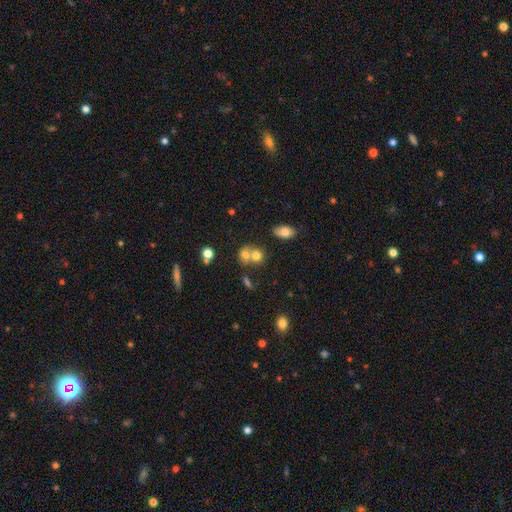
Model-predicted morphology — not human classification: Smooth or featured? Predicted: smooth (p=0.71). How rounded? Predicted: round (p=0.69). Merging? Predicted: merger (p=0.55).